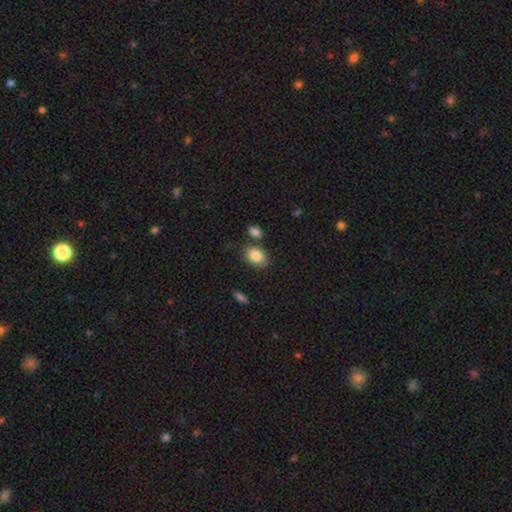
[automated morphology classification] Smooth or featured? Predicted: smooth (p=0.86). How rounded? Predicted: in between (p=0.77). Merging? Predicted: none (p=0.74).